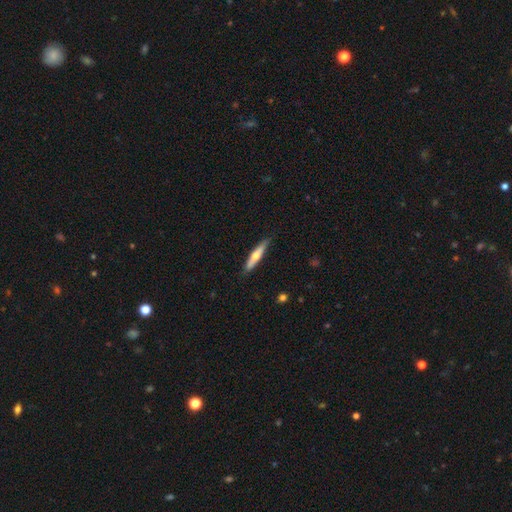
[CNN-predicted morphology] Q: Smooth or featured?
A: smooth (48%); runner-up: featured or disk (47%)
Q: Merging?
A: none (87%); runner-up: minor disturbance (10%)